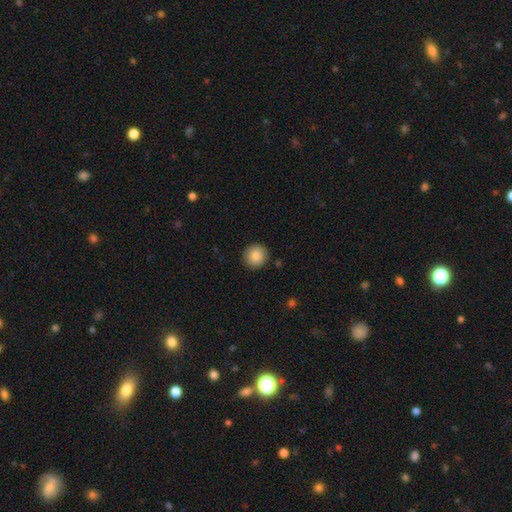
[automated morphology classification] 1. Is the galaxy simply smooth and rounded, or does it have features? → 87% smooth, 8% star or artifact, 5% featured or disk.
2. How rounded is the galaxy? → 92% round, 7% in between, 1% cigar-shaped.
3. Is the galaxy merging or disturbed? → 91% none, 6% minor disturbance, 2% major disturbance, 1% merger.